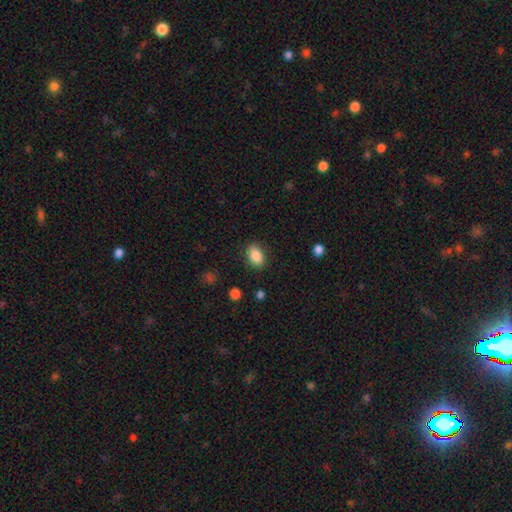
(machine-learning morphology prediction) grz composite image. It shows a smooth galaxy with no disk features (87%) that is in between round and cigar-shaped (86%). Merging: none (85%).